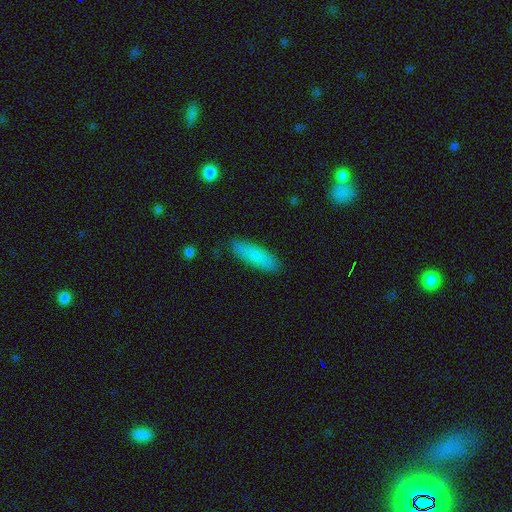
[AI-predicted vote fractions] A smooth galaxy with no disk features (83%) that is cigar-shaped (53%).

Vote fractions:
- Smooth or featured? smooth: 83% / featured or disk: 11% / star or artifact: 6%
- How rounded? cigar-shaped: 53% / in between: 45% / round: 2%
- Merging? none: 87% / minor disturbance: 10% / major disturbance: 2% / merger: 1%